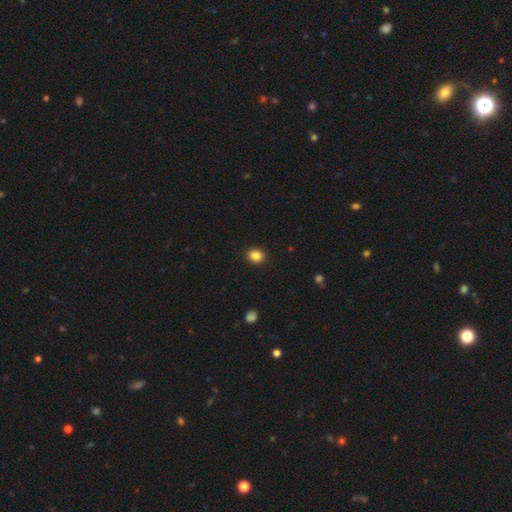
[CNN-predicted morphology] The model was most divided on "how rounded": round: 67%, in between: 32%, cigar-shaped: 1%. More confident: merging — none (92%); smooth or featured — smooth (85%).